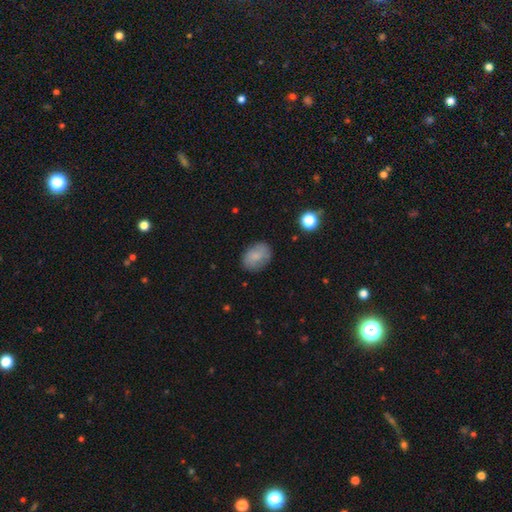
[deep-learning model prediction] smooth_or_featured: smooth (p=0.78) [alt: featured or disk p=0.14]
how_rounded: in between (p=0.76) [alt: round p=0.23]
merging: none (p=0.79) [alt: minor disturbance p=0.16]